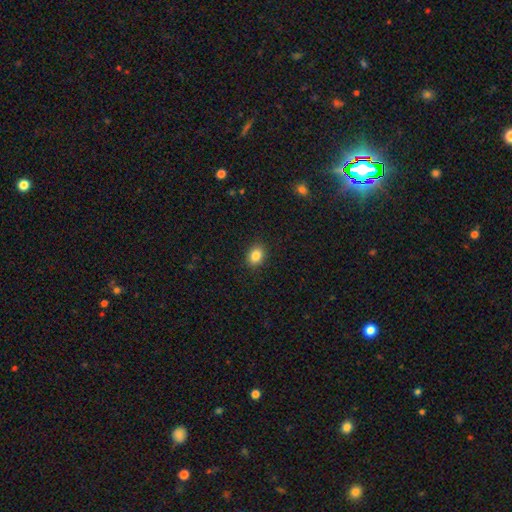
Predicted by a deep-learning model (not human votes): The model was most divided on "how rounded": in between: 56%, round: 43%, cigar-shaped: 1%. More confident: merging — none (90%); smooth or featured — smooth (85%).